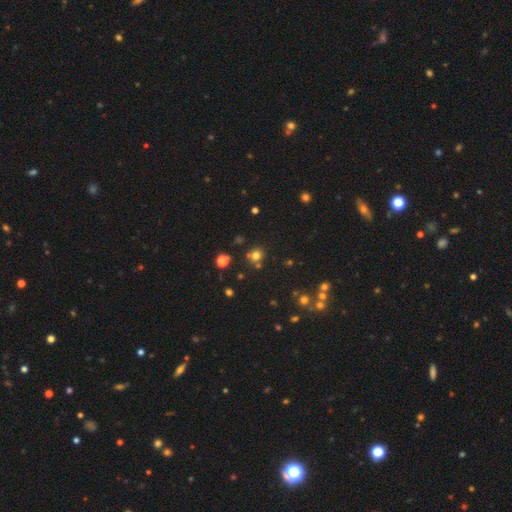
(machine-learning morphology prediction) The model was most divided on "smooth or featured": smooth: 68%, star or artifact: 24%, featured or disk: 7%. More confident: how rounded — round (89%); merging — none (74%).